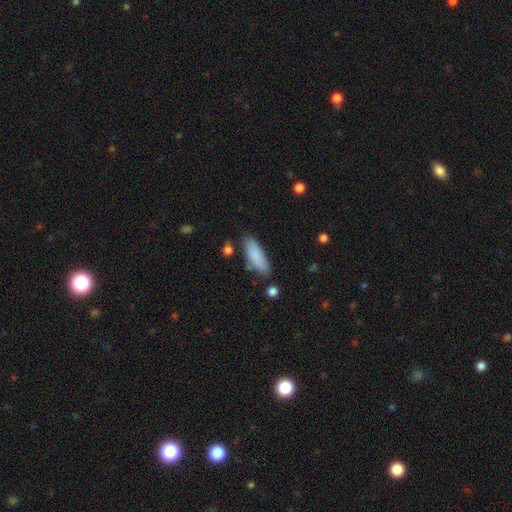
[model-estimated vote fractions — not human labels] smooth_or_featured: smooth (p=0.86) [alt: featured or disk p=0.08]
how_rounded: in between (p=0.62) [alt: cigar-shaped p=0.36]
merging: none (p=0.75) [alt: minor disturbance p=0.17]